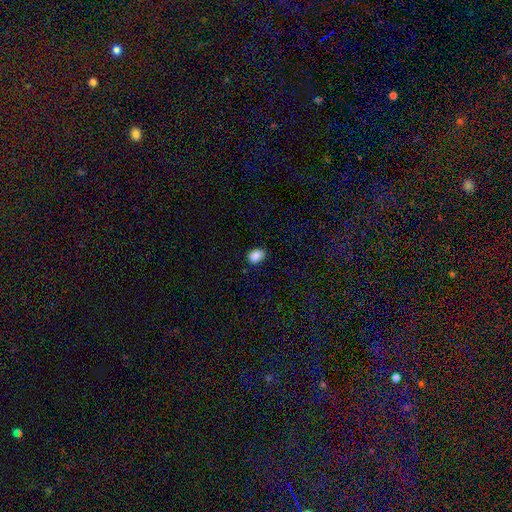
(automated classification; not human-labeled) A smooth galaxy with no disk features (88%) that is in between round and cigar-shaped (71%). Merging: none (81%).